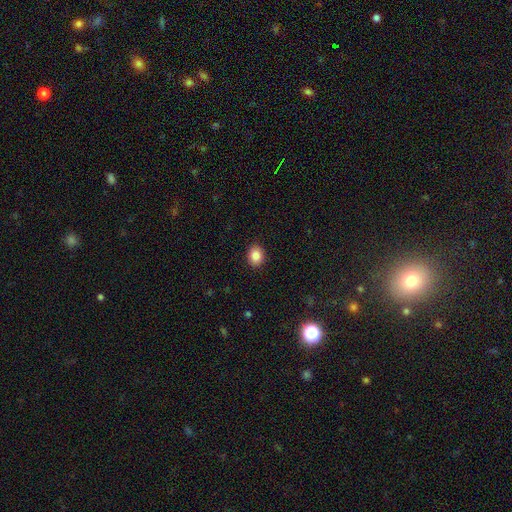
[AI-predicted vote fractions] Q: Smooth or featured?
A: smooth (86%); runner-up: star or artifact (9%)
Q: How rounded?
A: round (52%); runner-up: in between (47%)
Q: Merging?
A: none (90%); runner-up: minor disturbance (7%)